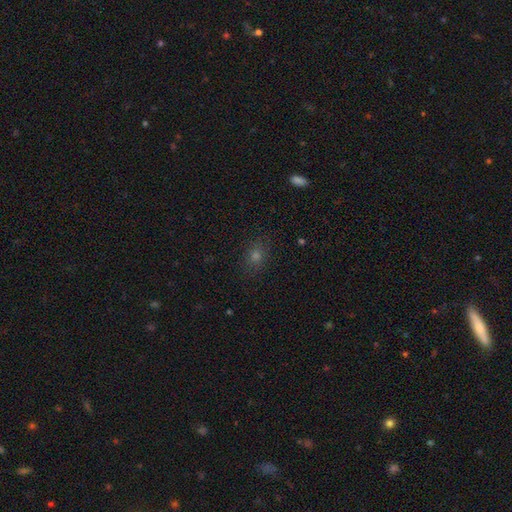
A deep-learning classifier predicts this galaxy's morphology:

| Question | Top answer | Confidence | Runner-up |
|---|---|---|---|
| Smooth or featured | smooth | 64% | star or artifact (27%) |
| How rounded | round | 49% | tied: in between (49%) |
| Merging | none | 85% | minor disturbance (10%) |